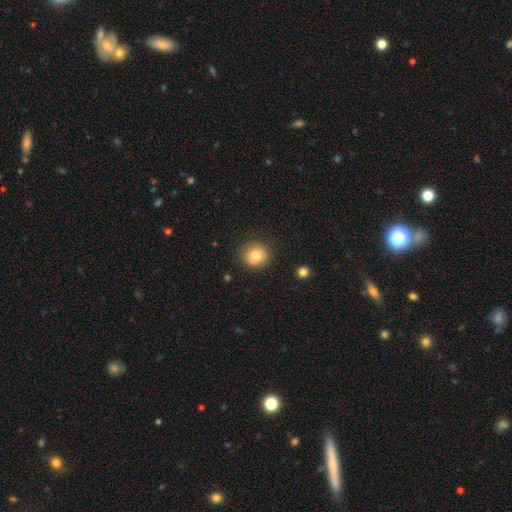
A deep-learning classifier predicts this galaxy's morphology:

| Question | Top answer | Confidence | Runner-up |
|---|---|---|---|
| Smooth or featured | smooth | 76% | featured or disk (14%) |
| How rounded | round | 85% | in between (14%) |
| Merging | none | 64% | merger (18%) |